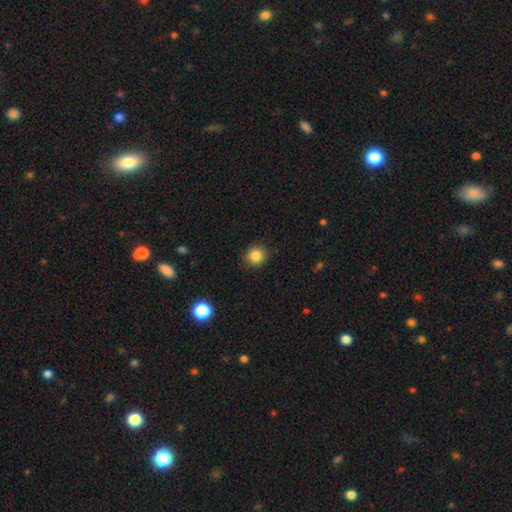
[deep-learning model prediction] Q: Smooth or featured?
A: smooth (85%); runner-up: star or artifact (11%)
Q: How rounded?
A: round (89%); runner-up: in between (11%)
Q: Merging?
A: none (90%); runner-up: minor disturbance (7%)